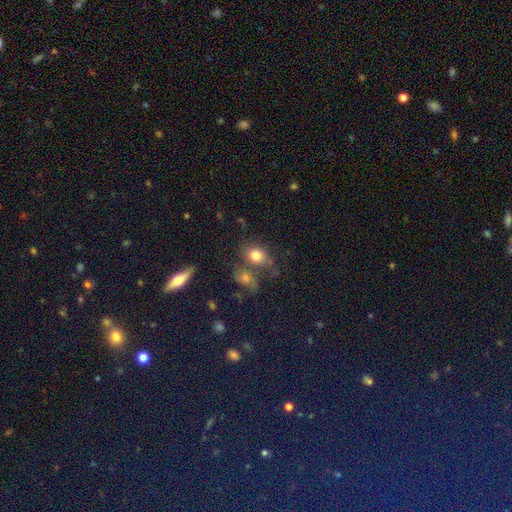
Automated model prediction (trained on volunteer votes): Smooth or featured: smooth — 78% (featured or disk — 11%)
How rounded: round — 49% (tied with in between — 49%)
Merging: none — 55% (merger — 24%)